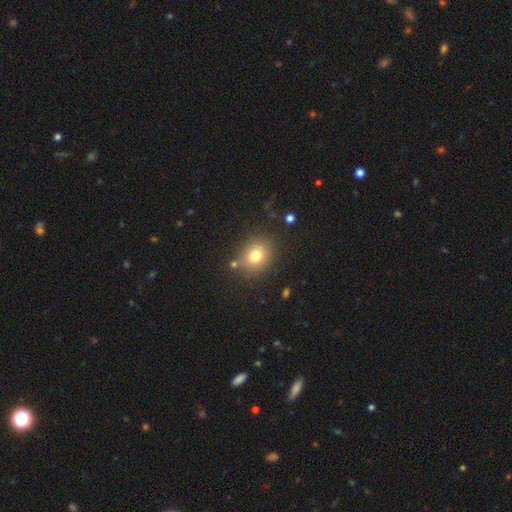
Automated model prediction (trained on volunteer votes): This appears to be a smooth galaxy with no disk features (77%) that is round (63%). Merging: none (80%).